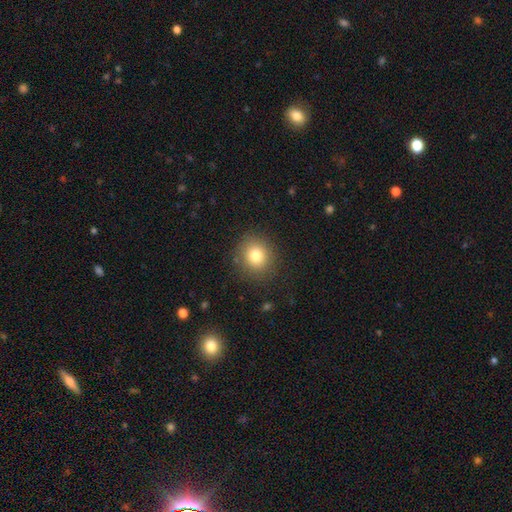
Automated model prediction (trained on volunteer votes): The model was most divided on "smooth or featured": smooth: 79%, star or artifact: 12%, featured or disk: 9%. More confident: merging — none (87%); how rounded — round (85%).